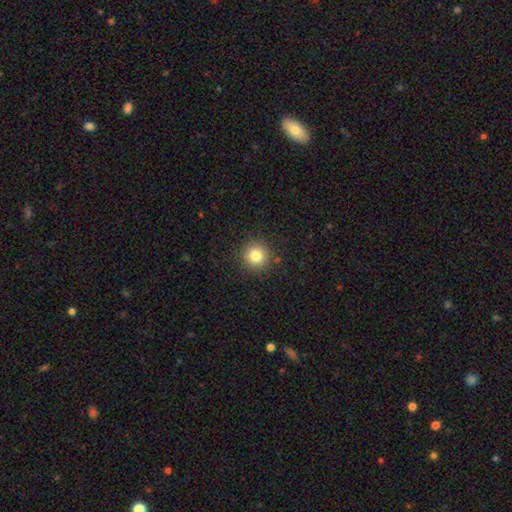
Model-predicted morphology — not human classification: type=smooth (82%); roundness=round (95%); merging=none (90%).